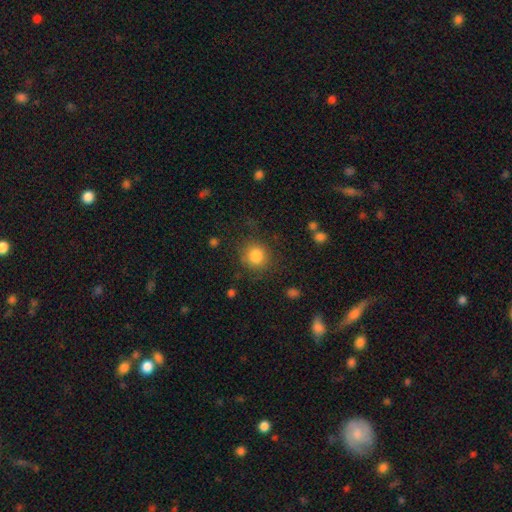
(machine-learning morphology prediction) Q: Smooth or featured?
A: smooth (83%); runner-up: star or artifact (10%)
Q: How rounded?
A: round (88%); runner-up: in between (11%)
Q: Merging?
A: none (80%); runner-up: minor disturbance (12%)